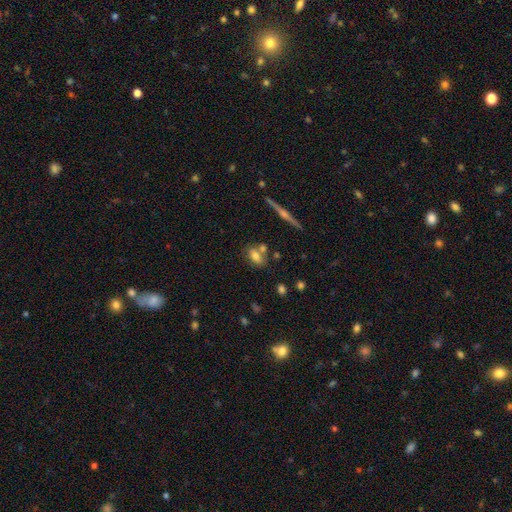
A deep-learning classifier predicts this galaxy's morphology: smooth_or_featured: smooth (p=0.68) [alt: featured or disk p=0.22]
how_rounded: in between (p=0.81) [alt: round p=0.14]
merging: none (p=0.62) [alt: merger p=0.19]